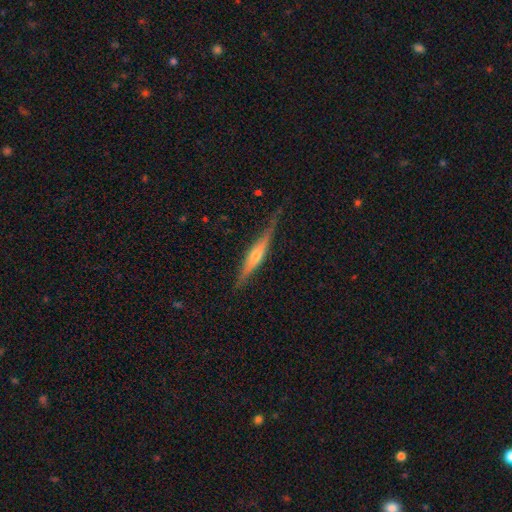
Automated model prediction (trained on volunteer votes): Smooth or featured: featured or disk — 69% (smooth — 25%)
Edge-on disk: yes — 96% (no — 4%)
Edge-on bulge: rounded — 75% (none — 16%)
Merging: none — 79% (minor disturbance — 16%)